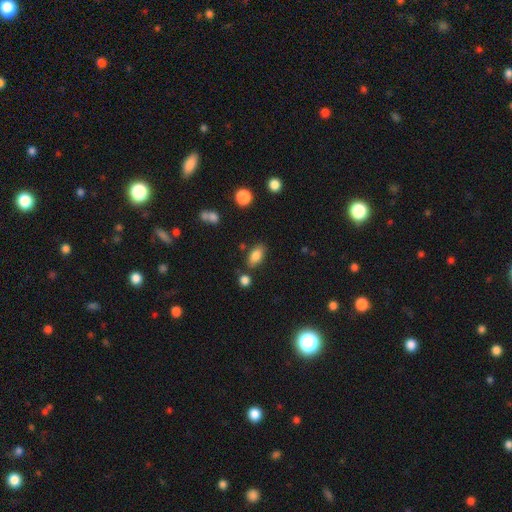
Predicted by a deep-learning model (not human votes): A smooth galaxy with no disk features (84%) that is in between round and cigar-shaped (89%). Merging: none (77%).